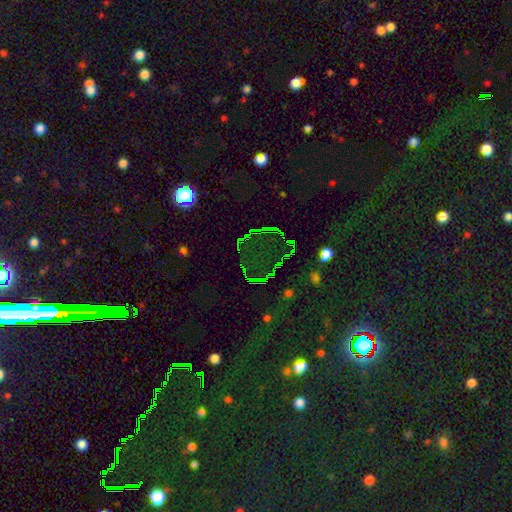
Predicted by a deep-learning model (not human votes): A star or artifact, not a galaxy (80%).

Vote fractions:
- Smooth or featured? star or artifact: 80% / smooth: 11% / featured or disk: 9%